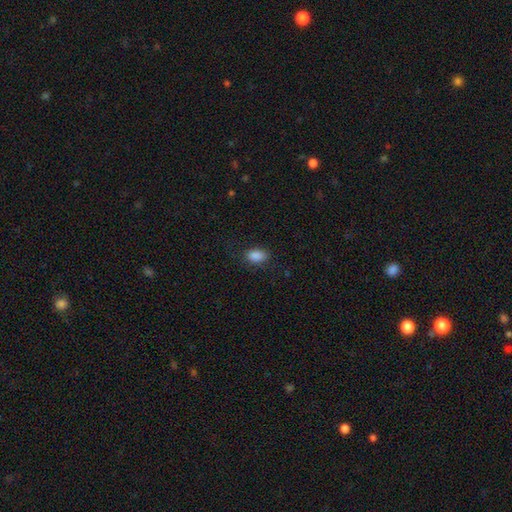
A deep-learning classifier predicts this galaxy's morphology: A smooth galaxy with no disk features (87%) that is in between round and cigar-shaped (87%). Merging: none (81%).